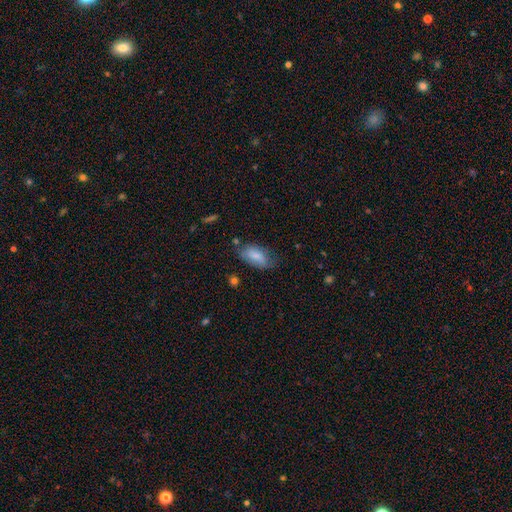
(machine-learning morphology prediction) Q: Smooth or featured?
A: smooth (77%); runner-up: featured or disk (16%)
Q: How rounded?
A: in between (92%); runner-up: cigar-shaped (5%)
Q: Merging?
A: none (59%); runner-up: minor disturbance (29%)